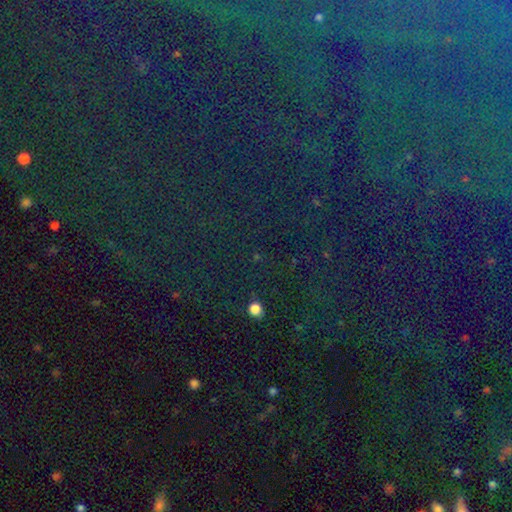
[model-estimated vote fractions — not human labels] Smooth or featured? Predicted: star or artifact (p=0.79).